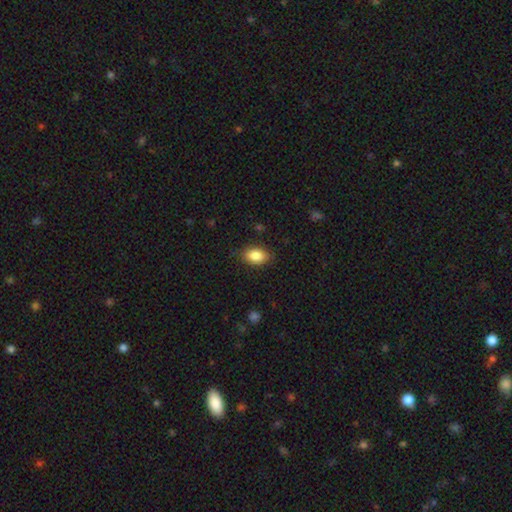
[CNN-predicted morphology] Smooth or featured? Predicted: smooth (p=0.86). How rounded? Predicted: in between (p=0.88). Merging? Predicted: none (p=0.82).